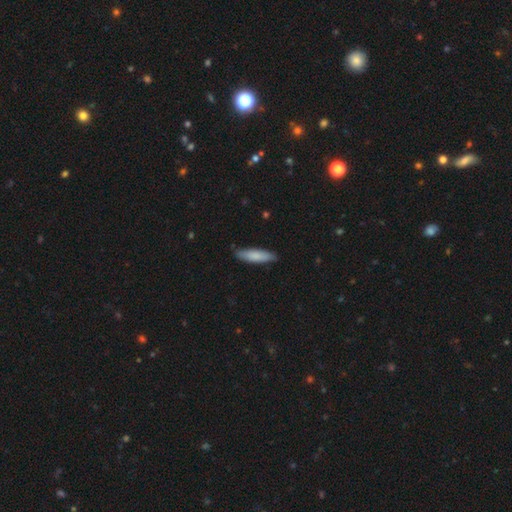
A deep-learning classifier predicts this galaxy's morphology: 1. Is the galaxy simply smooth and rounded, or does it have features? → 82% smooth, 13% featured or disk, 5% star or artifact.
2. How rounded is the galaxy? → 66% cigar-shaped, 32% in between, 1% round.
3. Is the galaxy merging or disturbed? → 84% none, 13% minor disturbance, 2% major disturbance, 1% merger.